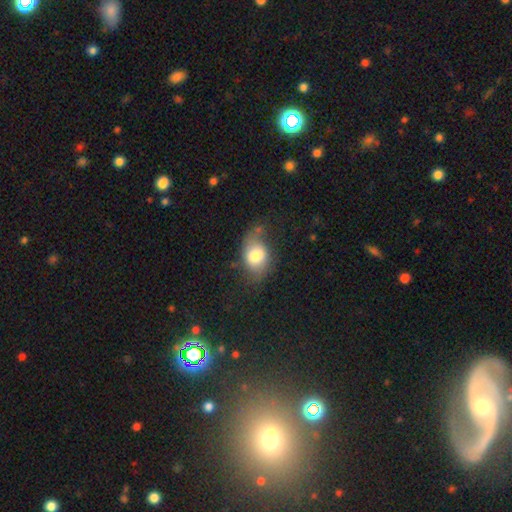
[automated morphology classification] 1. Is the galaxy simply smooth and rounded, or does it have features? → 73% smooth, 20% featured or disk, 8% star or artifact.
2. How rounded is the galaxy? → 74% in between, 25% round, 1% cigar-shaped.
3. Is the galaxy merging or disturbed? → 48% none, 32% minor disturbance, 16% major disturbance, 4% merger.